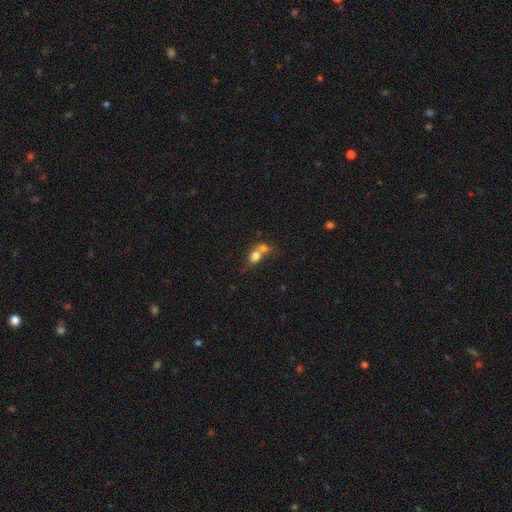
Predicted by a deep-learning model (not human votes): Morphology: type=smooth (73%); roundness=round (53%); merging=merger (69%).